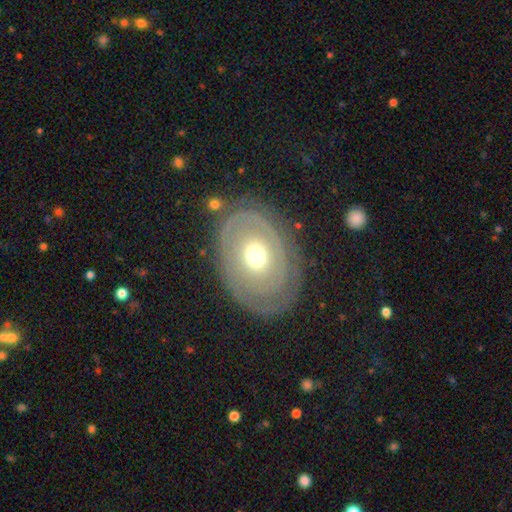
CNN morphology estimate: type=featured or disk (65%); edge-on=no (94%); bar=no (88%); spiral arms=no (55%); bulge=moderate (70%); merging=none (74%).